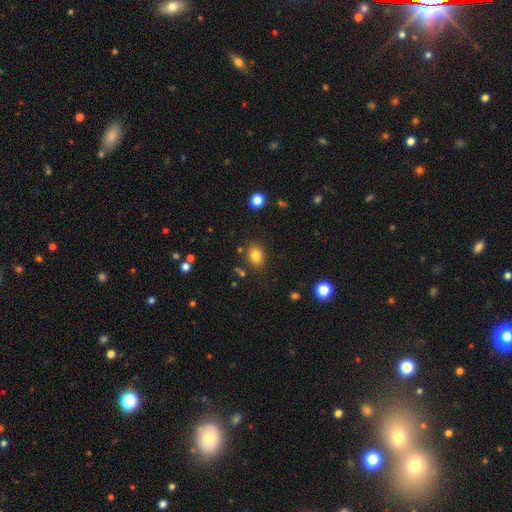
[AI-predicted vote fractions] This appears to be a smooth galaxy with no disk features (81%) that is in between round and cigar-shaped (70%). Merging: none (82%).